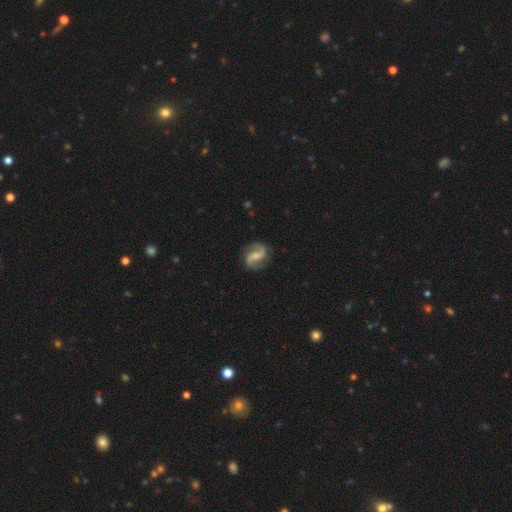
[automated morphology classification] Smooth or featured? featured or disk (85%)
Edge-on disk? no (98%)
Bar? weak (44%)
Spiral arms? yes (96%)
Spiral winding? loose (48%)
Spiral arm count? 2 (93%)
Bulge size? small (51%)
Merging? none (84%)